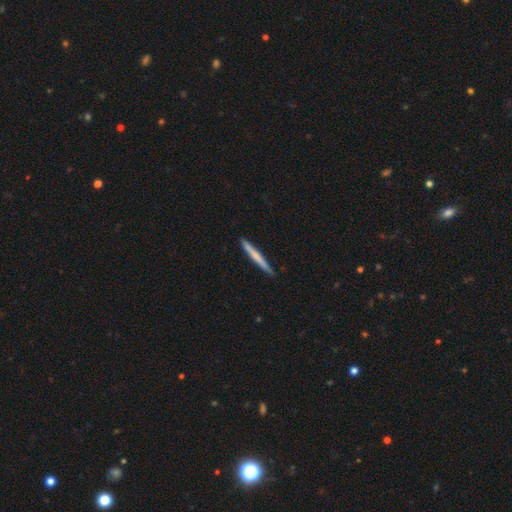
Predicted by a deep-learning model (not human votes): Q: Smooth or featured?
A: smooth (59%); runner-up: featured or disk (36%)
Q: How rounded?
A: cigar-shaped (97%); runner-up: in between (2%)
Q: Merging?
A: none (90%); runner-up: minor disturbance (8%)